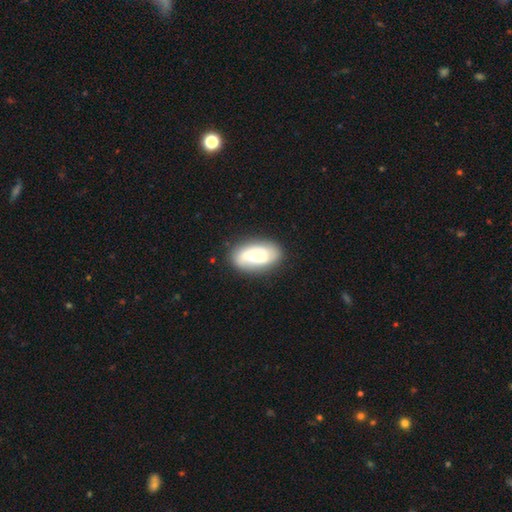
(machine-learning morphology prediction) smooth_or_featured: featured or disk (p=0.52) [alt: smooth p=0.41]
disk_edge_on: no (p=0.94) [alt: yes p=0.06]
merging: none (p=0.80) [alt: minor disturbance p=0.14]